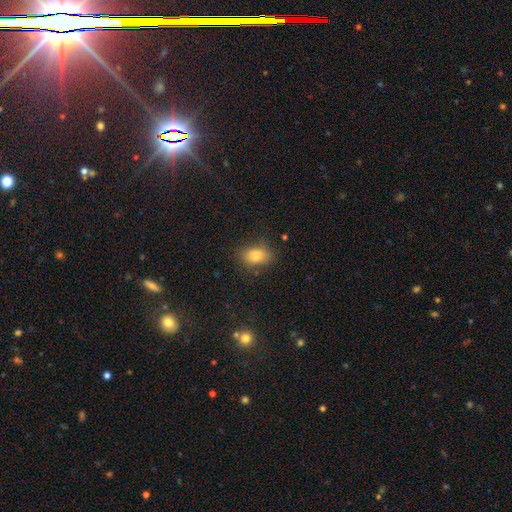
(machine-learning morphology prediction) Smooth or featured?
  - smooth: 81% *
  - star or artifact: 10%
  - featured or disk: 9%
How rounded?
  - in between: 80% *
  - round: 18%
  - cigar-shaped: 2%
Merging?
  - none: 80% *
  - minor disturbance: 15%
  - major disturbance: 4%
  - merger: 2%